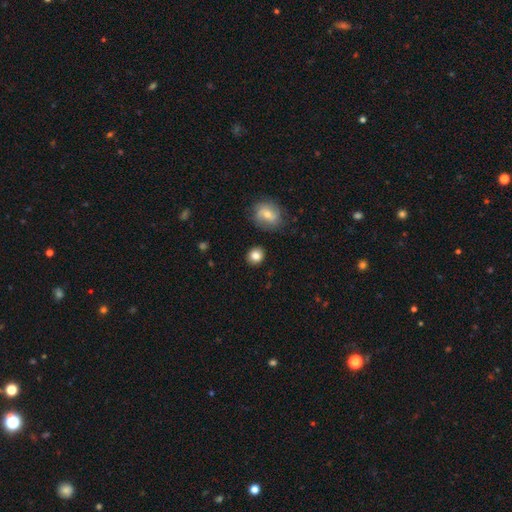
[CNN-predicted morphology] smooth-or-featured: smooth: 83% | star or artifact: 9% | featured or disk: 8%
  how-rounded: round: 82% | in between: 17% | cigar-shaped: 1%
  merging: none: 88% | minor disturbance: 8% | major disturbance: 2% | merger: 2%